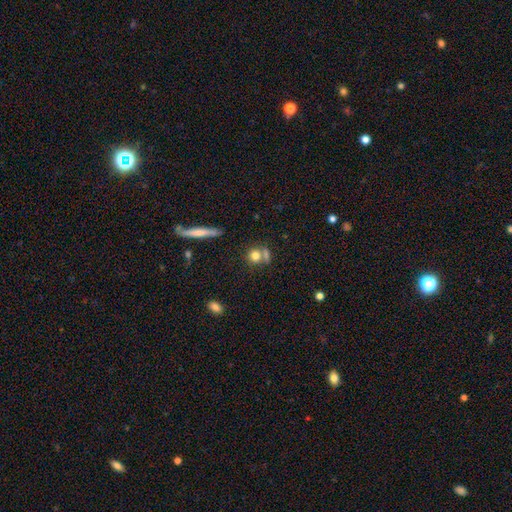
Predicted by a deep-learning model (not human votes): Q: Smooth or featured?
A: smooth (75%); runner-up: featured or disk (13%)
Q: How rounded?
A: round (79%); runner-up: in between (17%)
Q: Merging?
A: none (53%); runner-up: merger (32%)